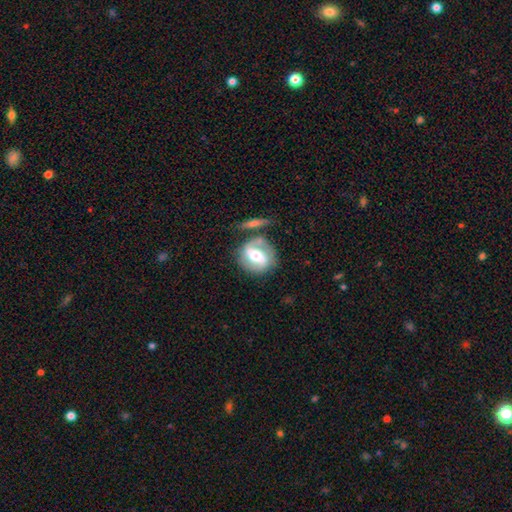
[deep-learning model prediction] Smooth or featured?
  - featured or disk: 67% *
  - smooth: 27%
  - star or artifact: 6%
Edge-on disk?
  - no: 92% *
  - yes: 8%
Bar?
  - strong: 53% *
  - weak: 32%
  - no: 15%
Spiral arms?
  - yes: 71% *
  - no: 29%
Bulge size?
  - moderate: 66% *
  - small: 15%
  - large: 15%
  - dominant: 2%
  - none: 1%
Merging?
  - none: 63% *
  - minor disturbance: 16%
  - merger: 13%
  - major disturbance: 8%